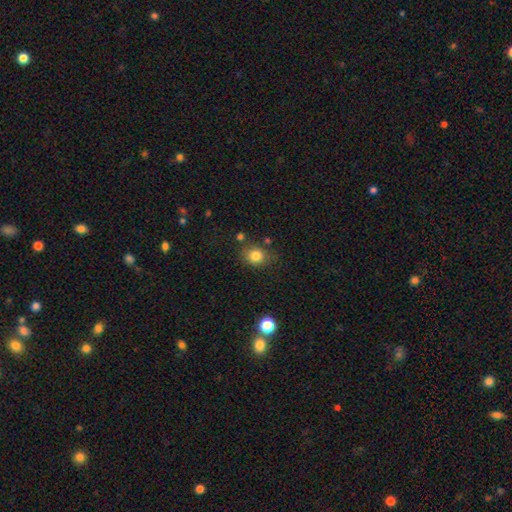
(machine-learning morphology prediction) This is clearly a smooth galaxy (82%). How rounded: likely round (72%). Merging: likely none (75%).